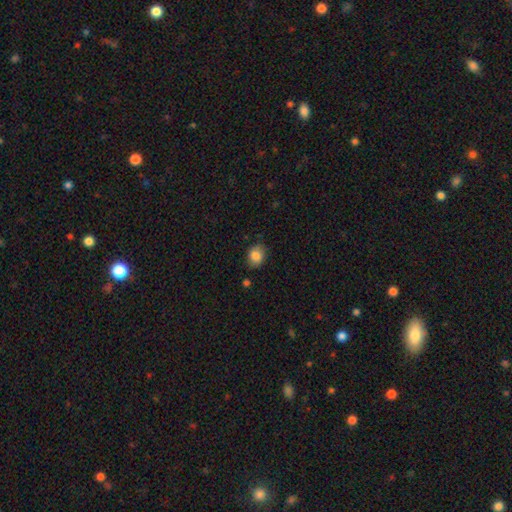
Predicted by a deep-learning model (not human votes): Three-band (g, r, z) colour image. It shows a smooth galaxy with no disk features (85%) that is round (51%). Merging: none (79%).